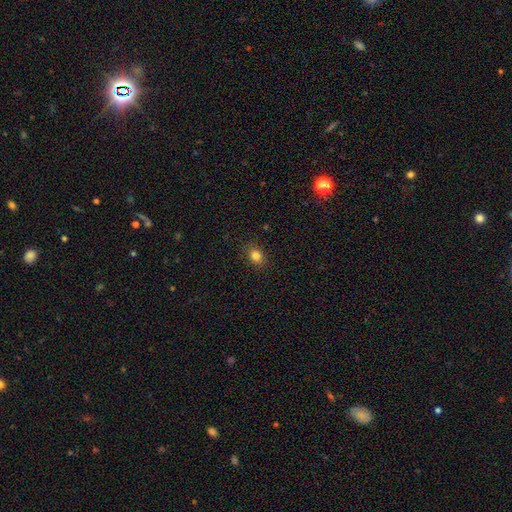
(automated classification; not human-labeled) Morphology: type=smooth (81%); roundness=in between (56%); merging=none (87%).